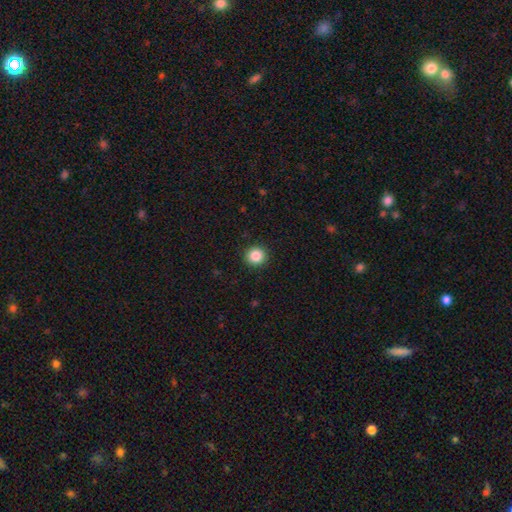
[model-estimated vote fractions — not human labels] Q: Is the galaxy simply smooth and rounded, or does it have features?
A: smooth — 86%.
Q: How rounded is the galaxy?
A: round — 92%.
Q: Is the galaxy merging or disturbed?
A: none — 92%.